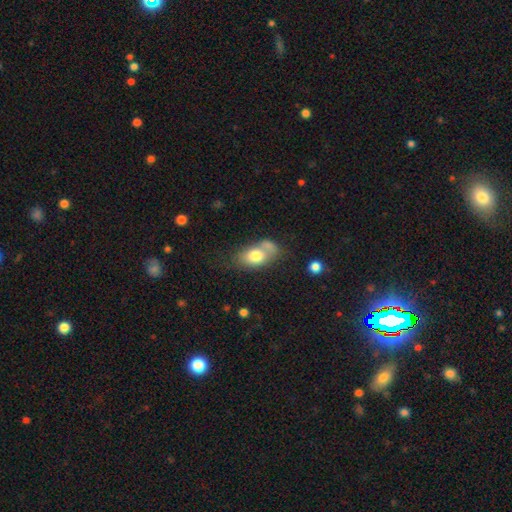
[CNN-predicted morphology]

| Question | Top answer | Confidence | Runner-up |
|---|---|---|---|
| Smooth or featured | smooth | 73% | featured or disk (20%) |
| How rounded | in between | 86% | round (12%) |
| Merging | none | 38% | merger (26%) |